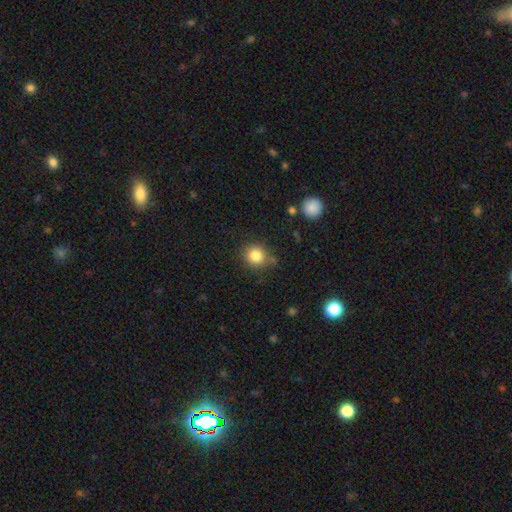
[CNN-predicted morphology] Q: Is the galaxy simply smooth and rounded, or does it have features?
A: smooth — 83%.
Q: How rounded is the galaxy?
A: round — 88%.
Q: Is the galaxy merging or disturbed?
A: none — 79%.